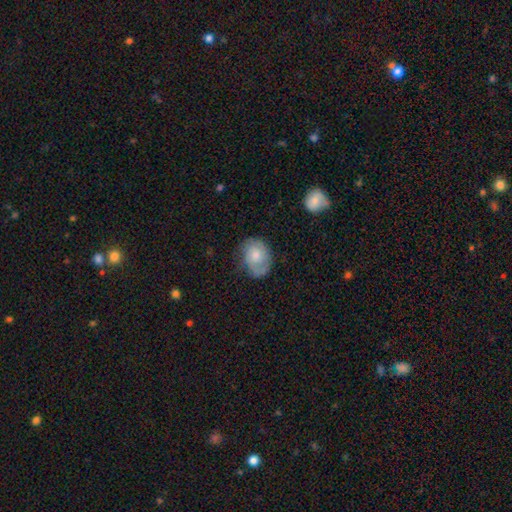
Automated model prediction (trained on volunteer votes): A smooth galaxy with no disk features (55%) that is in between round and cigar-shaped (60%). Merging: none (58%).